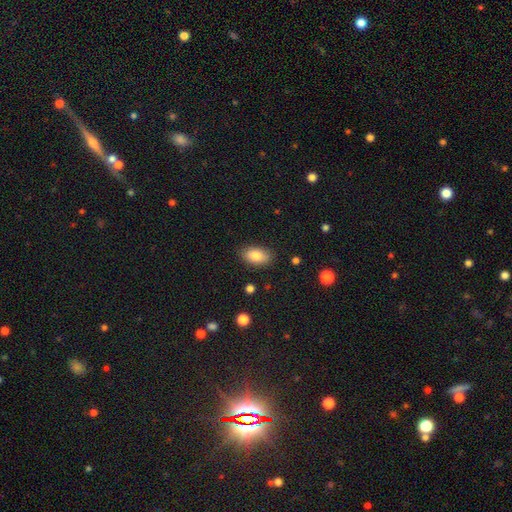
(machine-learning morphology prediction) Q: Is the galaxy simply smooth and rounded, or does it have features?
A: smooth — 84%.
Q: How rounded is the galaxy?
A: in between — 91%.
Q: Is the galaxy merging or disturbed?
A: none — 85%.